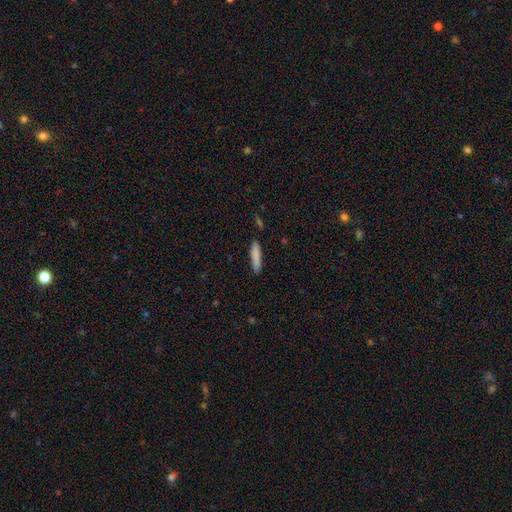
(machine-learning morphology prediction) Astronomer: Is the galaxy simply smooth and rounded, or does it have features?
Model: smooth — 85%.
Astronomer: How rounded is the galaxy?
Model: cigar-shaped — 86%.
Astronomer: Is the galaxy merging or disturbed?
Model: none — 86%.